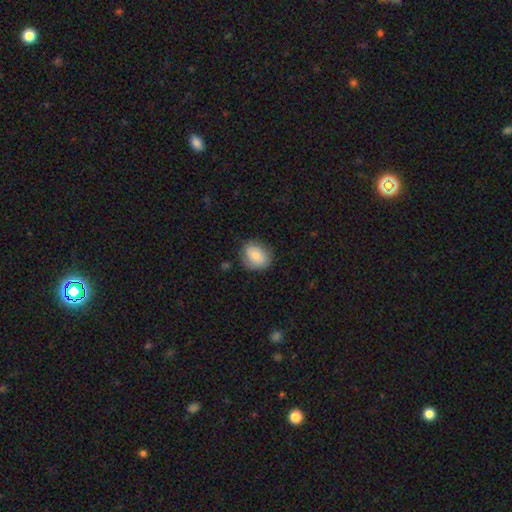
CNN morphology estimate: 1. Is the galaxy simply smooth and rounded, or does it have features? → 78% smooth, 15% featured or disk, 7% star or artifact.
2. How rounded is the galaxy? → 53% in between, 46% round, 1% cigar-shaped.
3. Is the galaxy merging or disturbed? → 77% none, 17% minor disturbance, 5% major disturbance, 1% merger.